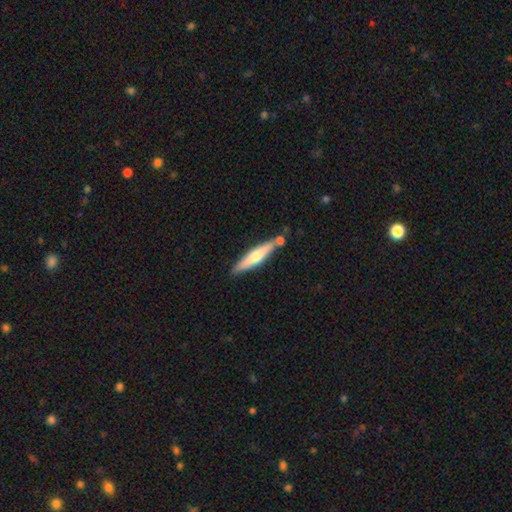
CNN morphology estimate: Smooth or featured: featured or disk — 48% (smooth — 47%)
Merging: none — 70% (merger — 14%)